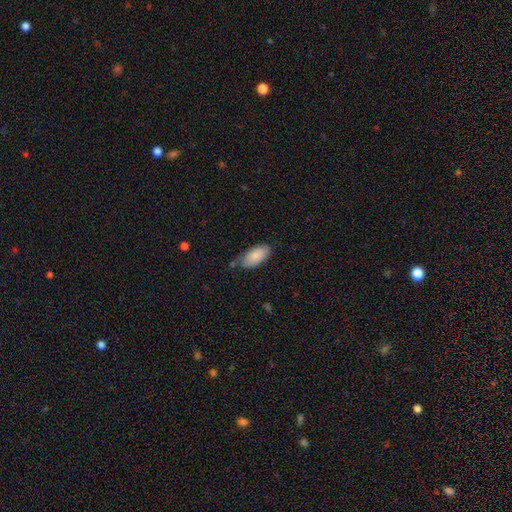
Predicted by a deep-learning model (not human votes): Overall: smooth (87%). How rounded: in between (92%). Merging: none (70%).